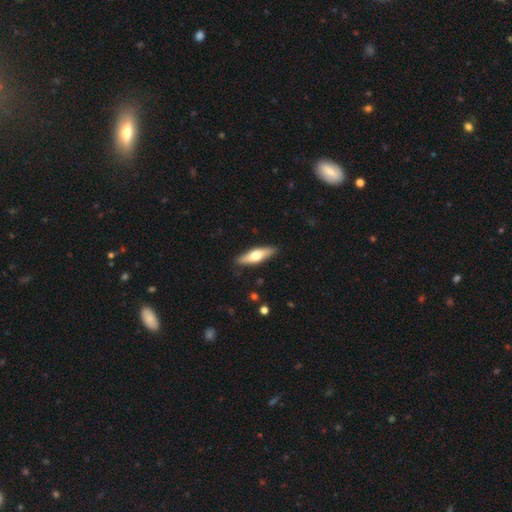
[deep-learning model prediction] A smooth galaxy with no disk features (51%) that is cigar-shaped (58%). Merging: none (89%).